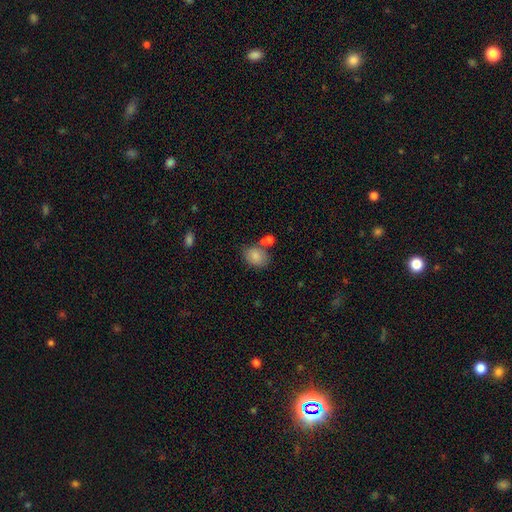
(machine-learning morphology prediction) Overall: smooth (84%). How rounded: in between (63%; round 36%). Merging: none (59%).